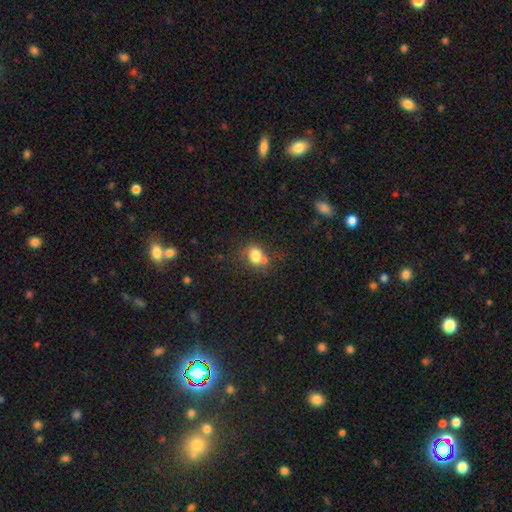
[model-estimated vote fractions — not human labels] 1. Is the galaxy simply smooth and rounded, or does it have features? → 77% smooth, 12% star or artifact, 11% featured or disk.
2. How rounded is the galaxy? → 54% round, 45% in between, 1% cigar-shaped.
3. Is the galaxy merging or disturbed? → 49% none, 28% merger, 16% minor disturbance, 7% major disturbance.